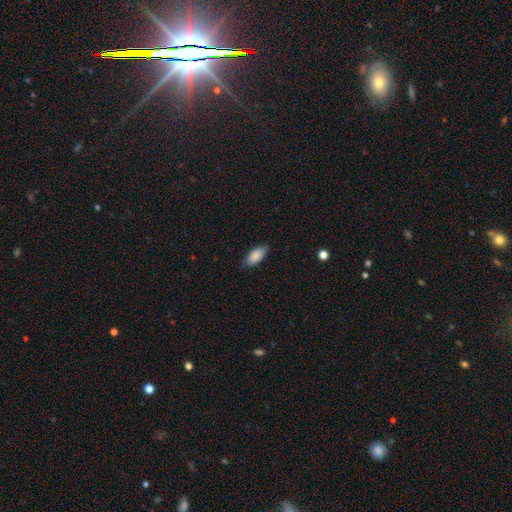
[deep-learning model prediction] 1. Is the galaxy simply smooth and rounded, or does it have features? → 88% smooth, 6% star or artifact, 6% featured or disk.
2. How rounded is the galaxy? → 89% in between, 9% cigar-shaped, 2% round.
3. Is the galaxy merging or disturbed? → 83% none, 14% minor disturbance, 2% major disturbance, 1% merger.